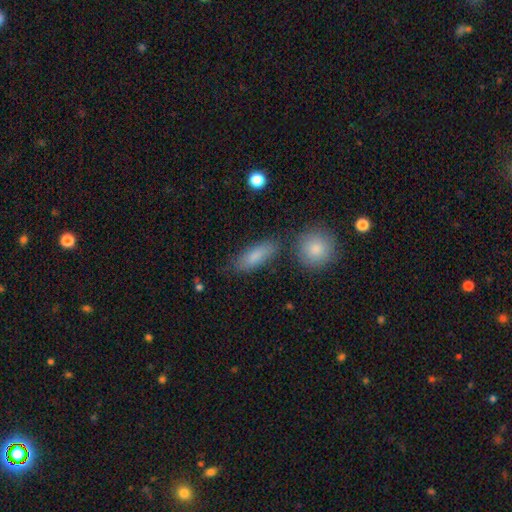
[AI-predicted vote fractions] smooth-or-featured: smooth: 83% | featured or disk: 10% | star or artifact: 7%
  how-rounded: in between: 66% | cigar-shaped: 30% | round: 4%
  merging: none: 74% | minor disturbance: 14% | merger: 8% | major disturbance: 4%